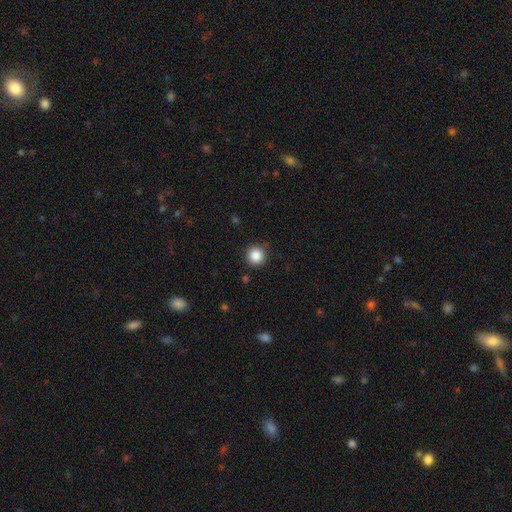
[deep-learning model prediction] smooth_or_featured: smooth (p=0.86) [alt: star or artifact p=0.10]
how_rounded: round (p=0.95) [alt: in between p=0.04]
merging: none (p=0.89) [alt: minor disturbance p=0.08]